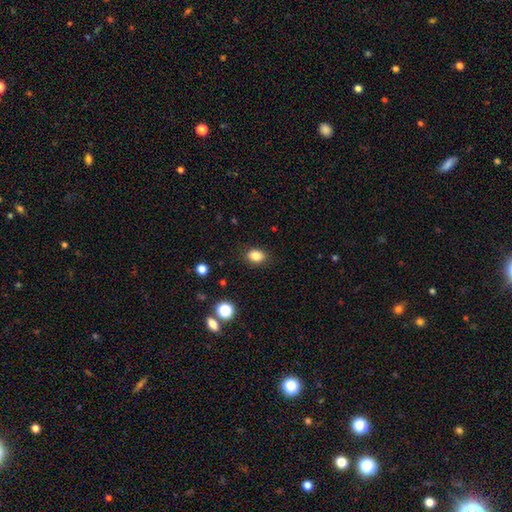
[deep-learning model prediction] A smooth galaxy with no disk features (84%) that is in between round and cigar-shaped (71%). Merging: none (87%).